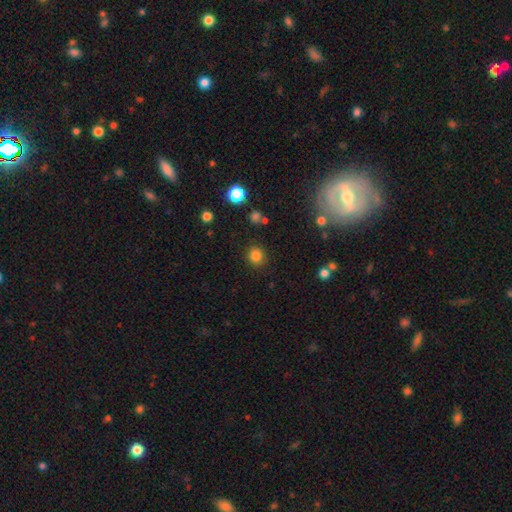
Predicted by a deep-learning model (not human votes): A smooth galaxy with no disk features (83%) that is round (88%).

Vote fractions:
- Smooth or featured? smooth: 83% / star or artifact: 13% / featured or disk: 5%
- How rounded? round: 88% / in between: 12% / cigar-shaped: 1%
- Merging? none: 88% / minor disturbance: 7% / major disturbance: 3% / merger: 2%